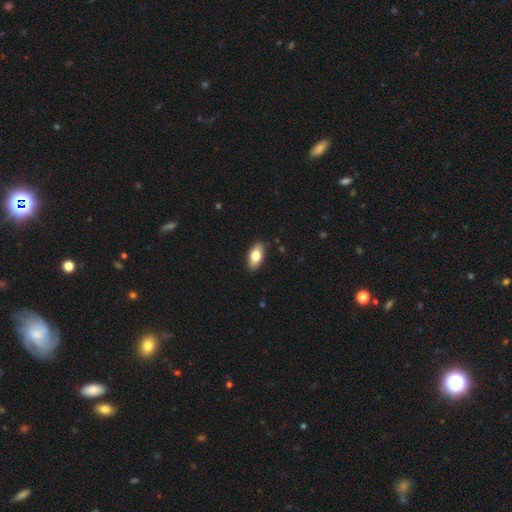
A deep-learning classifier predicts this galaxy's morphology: Overall: smooth (79%). How rounded: in between (90%). Merging: none (87%).